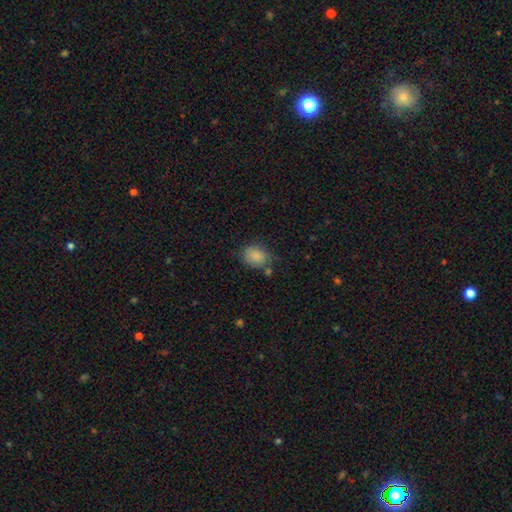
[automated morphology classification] Smooth or featured?
  - smooth: 86% *
  - star or artifact: 8%
  - featured or disk: 6%
How rounded?
  - in between: 60% *
  - round: 39%
  - cigar-shaped: 1%
Merging?
  - none: 64% *
  - minor disturbance: 23%
  - major disturbance: 7%
  - merger: 6%